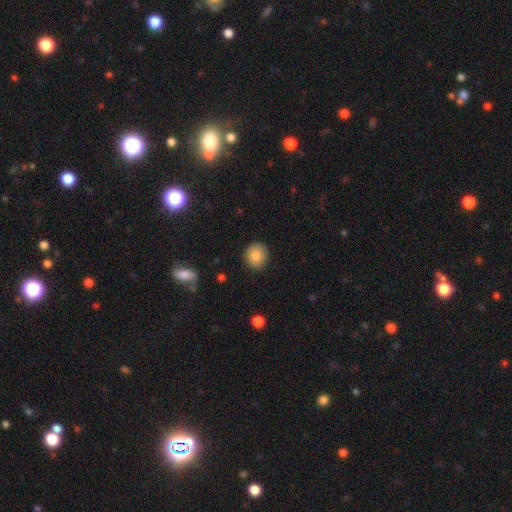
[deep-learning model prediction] The model was most divided on "how rounded": round: 85%, in between: 14%, cigar-shaped: 1%. More confident: merging — none (90%); smooth or featured — smooth (85%).